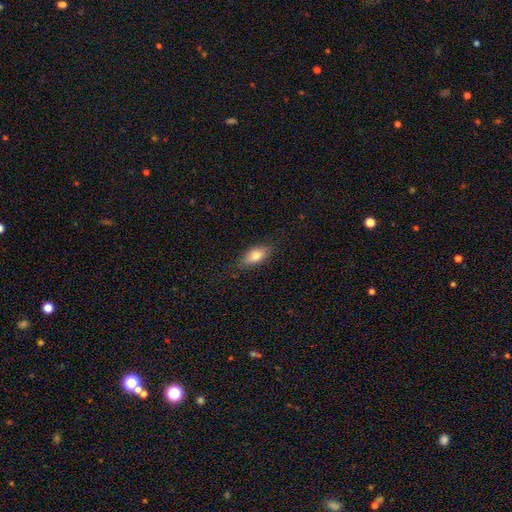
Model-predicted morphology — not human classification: A smooth galaxy with no disk features (77%) that is in between round and cigar-shaped (84%).

Vote fractions:
- Smooth or featured? smooth: 77% / featured or disk: 16% / star or artifact: 7%
- How rounded? in between: 84% / cigar-shaped: 12% / round: 4%
- Merging? none: 79% / minor disturbance: 16% / major disturbance: 3% / merger: 1%